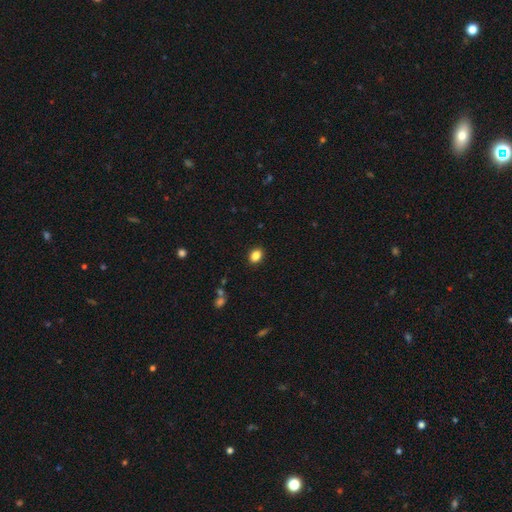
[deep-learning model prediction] smooth_or_featured: smooth (p=0.85) [alt: star or artifact p=0.10]
how_rounded: in between (p=0.57) [alt: round p=0.42]
merging: none (p=0.90) [alt: minor disturbance p=0.07]